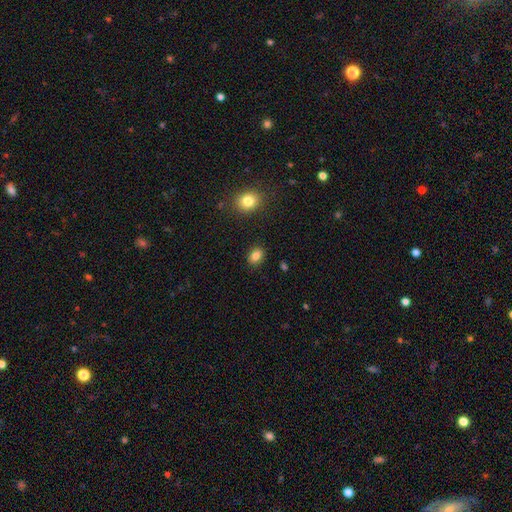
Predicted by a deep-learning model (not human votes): Smooth or featured?
  - smooth: 84% *
  - star or artifact: 10%
  - featured or disk: 6%
How rounded?
  - in between: 69% *
  - round: 30%
  - cigar-shaped: 1%
Merging?
  - none: 87% *
  - minor disturbance: 8%
  - major disturbance: 2%
  - merger: 2%